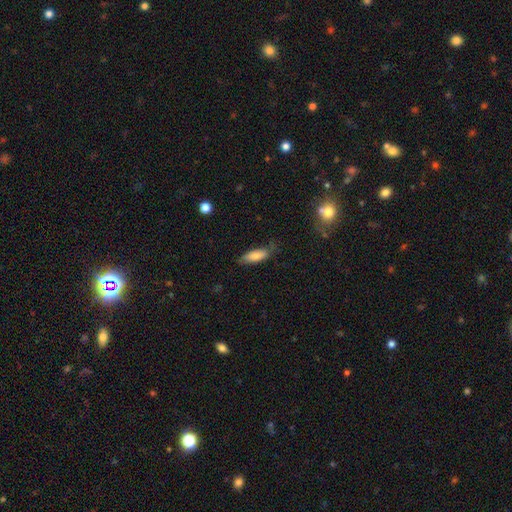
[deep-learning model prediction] smooth-or-featured: smooth: 78% | featured or disk: 15% | star or artifact: 6%
  how-rounded: in between: 60% | cigar-shaped: 38% | round: 2%
  merging: none: 65% | minor disturbance: 26% | major disturbance: 7% | merger: 2%